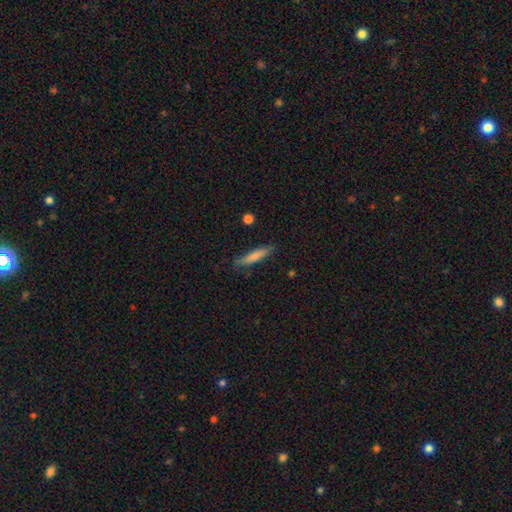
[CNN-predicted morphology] A smooth galaxy with no disk features (75%) that is cigar-shaped (84%). Merging: none (77%).